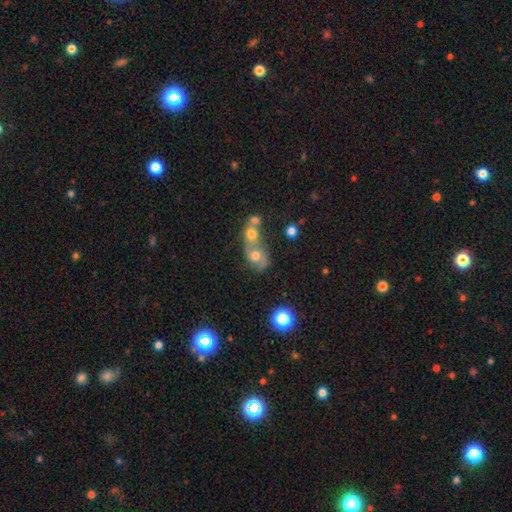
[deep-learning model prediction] A smooth galaxy with no disk features (56%) that is round (58%).

Vote fractions:
- Smooth or featured? smooth: 56% / featured or disk: 30% / star or artifact: 15%
- How rounded? round: 58% / in between: 40% / cigar-shaped: 2%
- Merging? merger: 61% / none: 24% / minor disturbance: 9% / major disturbance: 7%